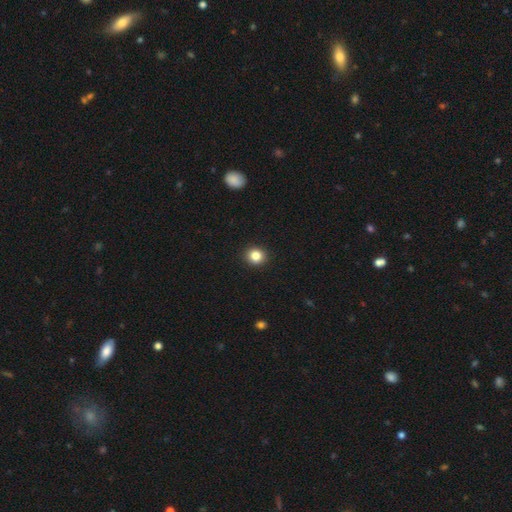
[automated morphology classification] A smooth galaxy with no disk features (84%) that is round (86%). Merging: none (93%).